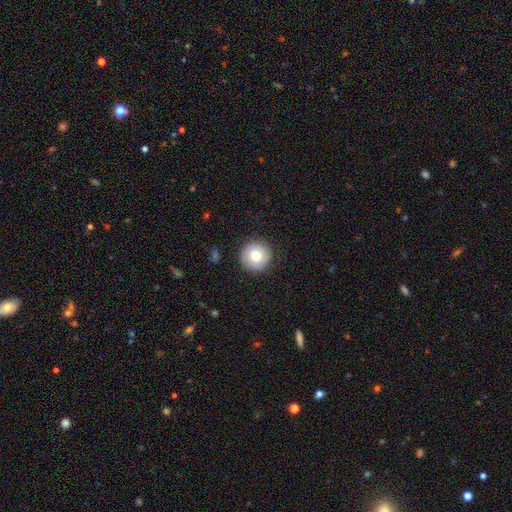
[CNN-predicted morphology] Overall: smooth (77%). How rounded: round (95%). Merging: none (87%).